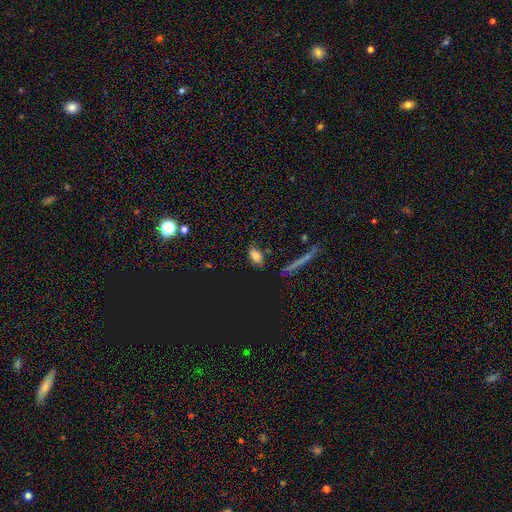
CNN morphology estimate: smooth 68%, star or artifact 20%, featured or disk 12%. Down the decision tree: how rounded — in between (81%); merging — none (76%).